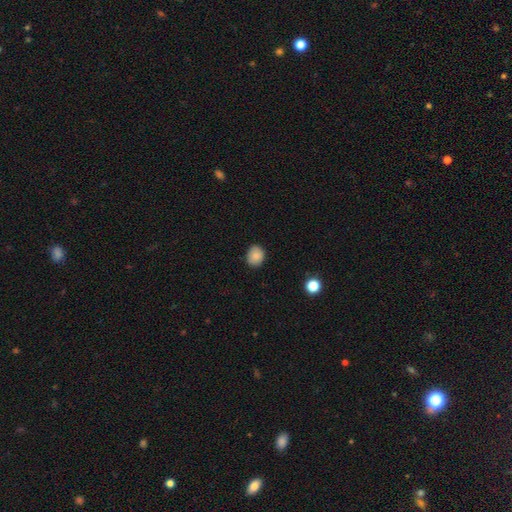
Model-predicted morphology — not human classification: This appears to be a smooth galaxy with no disk features (84%) that is round (57%). Merging: none (85%).